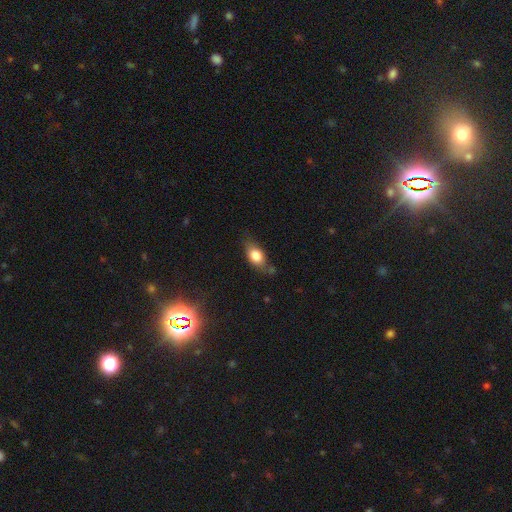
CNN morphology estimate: Smooth or featured?
  - smooth: 75% *
  - featured or disk: 18%
  - star or artifact: 8%
How rounded?
  - in between: 82% *
  - round: 10%
  - cigar-shaped: 8%
Merging?
  - none: 63% *
  - minor disturbance: 26%
  - major disturbance: 7%
  - merger: 4%